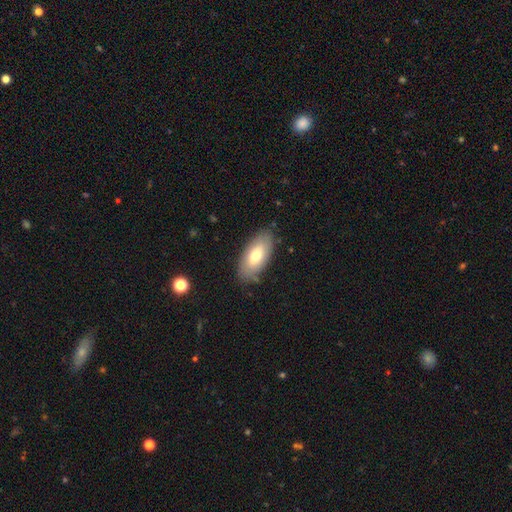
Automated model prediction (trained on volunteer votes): Morphology: type=smooth (72%); roundness=in between (91%); merging=none (83%).